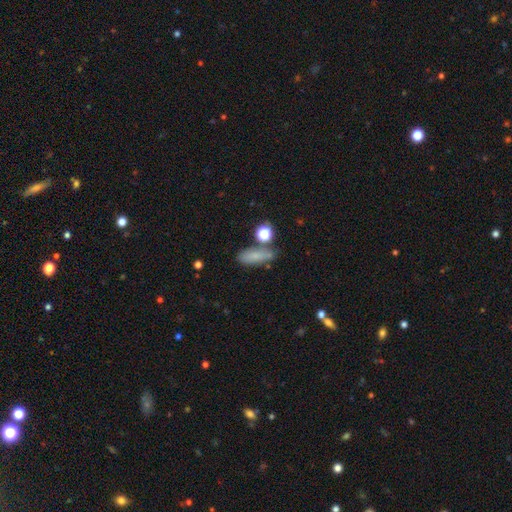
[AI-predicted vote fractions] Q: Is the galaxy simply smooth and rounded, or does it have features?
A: smooth — 75%.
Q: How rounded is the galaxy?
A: in between — 58%.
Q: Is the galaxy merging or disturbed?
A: none — 65%.